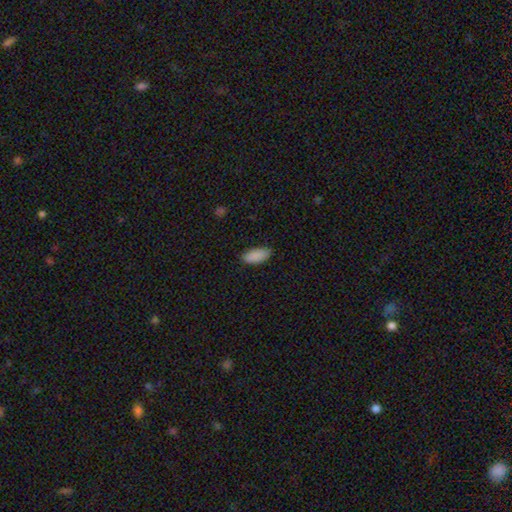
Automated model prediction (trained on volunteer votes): This appears to be a smooth galaxy with no disk features (90%) that is in between round and cigar-shaped (89%). Merging: none (85%).